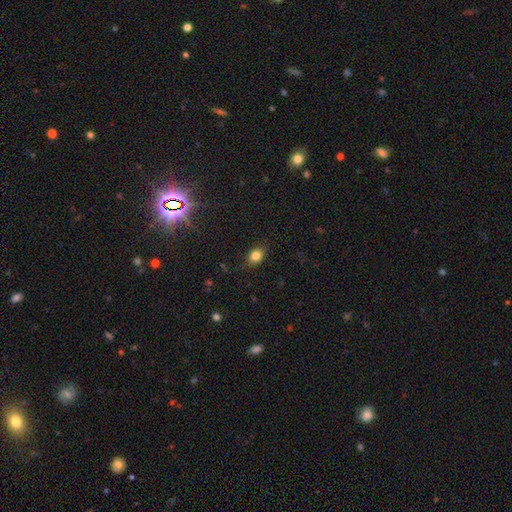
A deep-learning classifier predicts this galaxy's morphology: This appears to be a smooth galaxy with no disk features (81%) that is in between round and cigar-shaped (66%). Merging: none (83%).